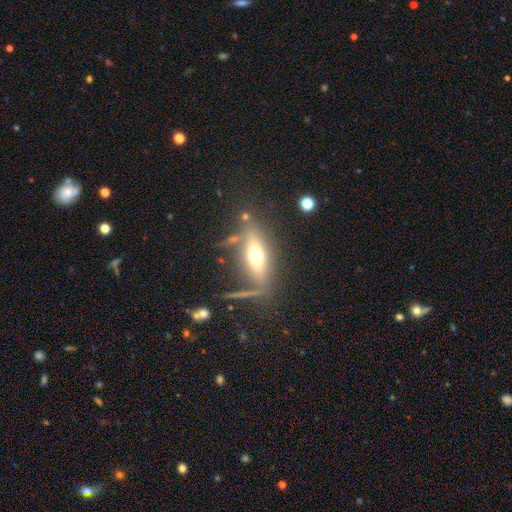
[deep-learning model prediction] Smooth or featured?
  - smooth: 46% *
  - featured or disk: 43%
  - star or artifact: 11%
Merging?
  - none: 73% *
  - minor disturbance: 14%
  - major disturbance: 7%
  - merger: 6%